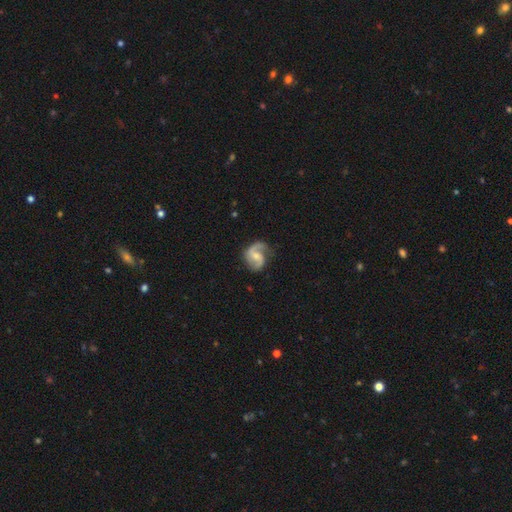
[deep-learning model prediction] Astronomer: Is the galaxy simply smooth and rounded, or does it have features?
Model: featured or disk — 83%.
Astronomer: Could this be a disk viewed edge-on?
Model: no — 98%.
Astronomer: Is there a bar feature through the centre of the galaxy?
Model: weak — 45% (runner-up: no, 42%).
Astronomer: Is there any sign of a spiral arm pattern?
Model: yes — 96%.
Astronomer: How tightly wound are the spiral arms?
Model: medium — 48% (runner-up: loose, 35%).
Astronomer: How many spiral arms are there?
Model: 2 — 82%.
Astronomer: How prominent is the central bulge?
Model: moderate — 46% (runner-up: small, 45%).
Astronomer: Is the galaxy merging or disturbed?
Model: none — 65%.